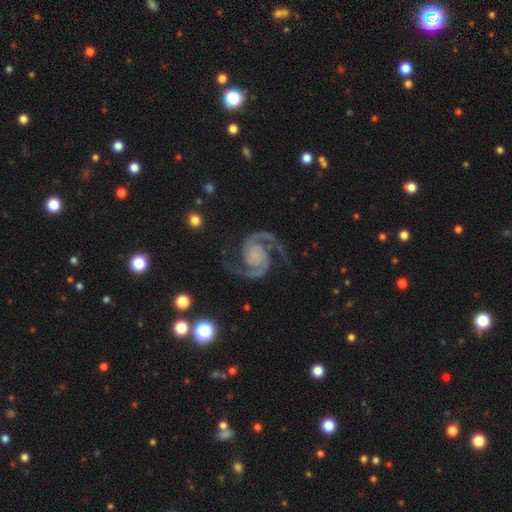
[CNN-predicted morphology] A featured or disk galaxy (94%) with no bar (68%), 2 (95%) medium (63%) spiral arms (99%) and no central bulge (48%).

Vote fractions:
- Smooth or featured? featured or disk: 94% / star or artifact: 4% / smooth: 2%
- Edge-on disk? no: 99% / yes: 1%
- Bar? no: 68% / weak: 22% / strong: 10%
- Spiral arms? yes: 99% / no: 1%
- Spiral winding? medium: 63% / tight: 21% / loose: 16%
- Spiral arm count? 2: 95% / 3: 1% / can't tell: 1% / 1: 1% / 4: 1% / more than 4: 1%
- Bulge size? none: 48% / small: 33% / moderate: 10% / large: 6% / dominant: 2%
- Merging? none: 81% / minor disturbance: 12% / major disturbance: 5% / merger: 2%